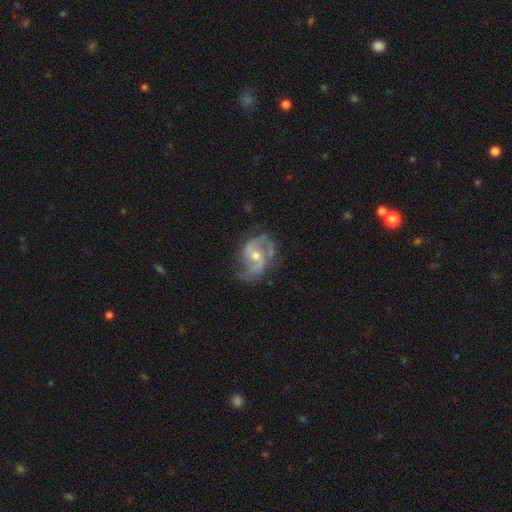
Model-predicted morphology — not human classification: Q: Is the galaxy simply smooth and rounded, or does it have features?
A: featured or disk — 88%.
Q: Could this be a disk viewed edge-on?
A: no — 97%.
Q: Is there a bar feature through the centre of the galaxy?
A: no — 43%.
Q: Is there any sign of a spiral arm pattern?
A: yes — 96%.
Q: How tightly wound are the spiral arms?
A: medium — 50%.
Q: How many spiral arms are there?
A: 2 — 88%.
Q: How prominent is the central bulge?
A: moderate — 62%.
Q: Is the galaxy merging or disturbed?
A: none — 67%.